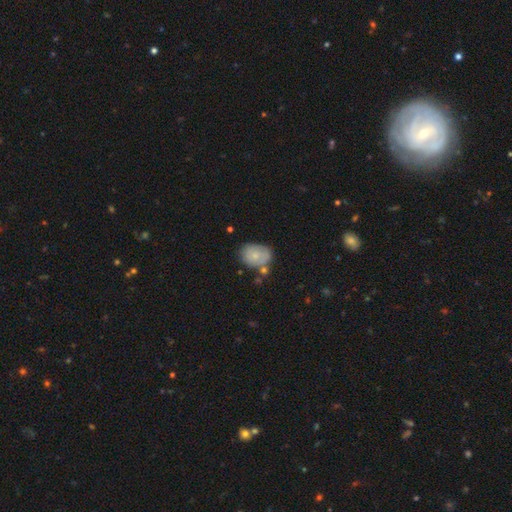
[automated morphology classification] Smooth or featured? smooth (71%)
How rounded? in between (69%)
Merging? none (59%)